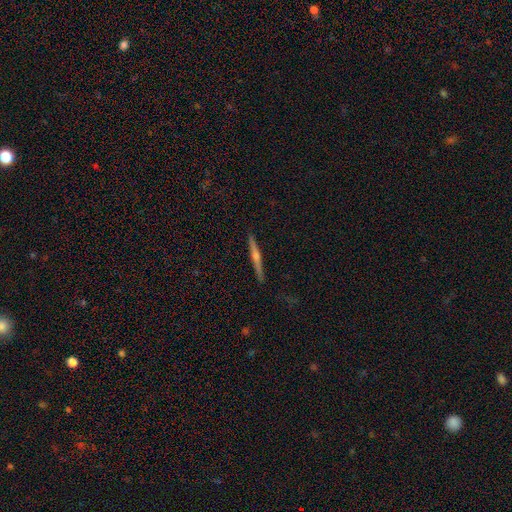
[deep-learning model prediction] A featured or disk galaxy (72%) viewed edge-on (98%) with a rounded central bulge (85%).

Vote fractions:
- Smooth or featured? featured or disk: 72% / smooth: 22% / star or artifact: 6%
- Edge-on disk? yes: 98% / no: 2%
- Edge-on bulge? rounded: 85% / none: 9% / boxy: 6%
- Merging? none: 91% / minor disturbance: 6% / major disturbance: 1% / merger: 1%